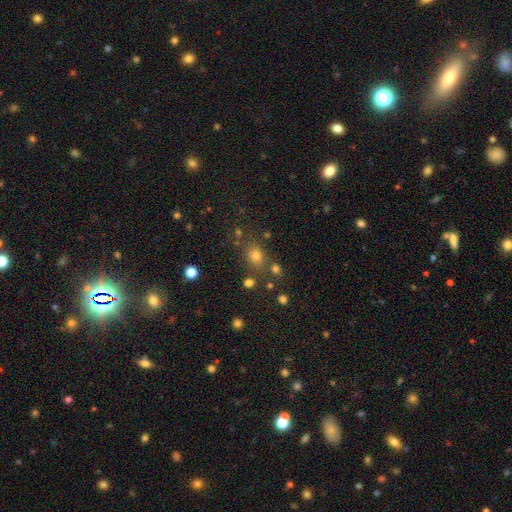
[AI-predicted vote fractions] Smooth or featured: smooth — 68% (star or artifact — 23%)
How rounded: round — 64% (in between — 34%)
Merging: none — 74% (minor disturbance — 12%)